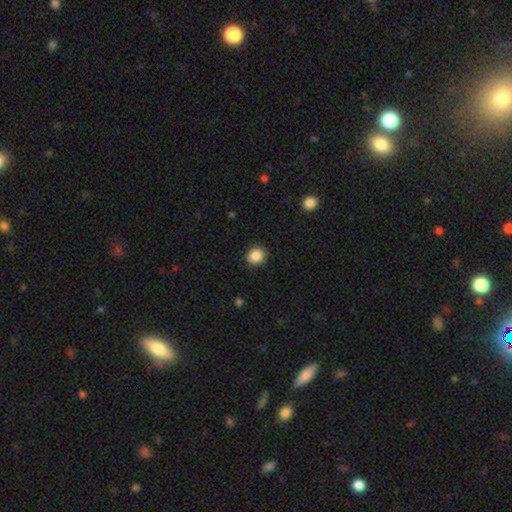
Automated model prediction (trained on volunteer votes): Smooth or featured? smooth (87%)
How rounded? round (79%)
Merging? none (91%)